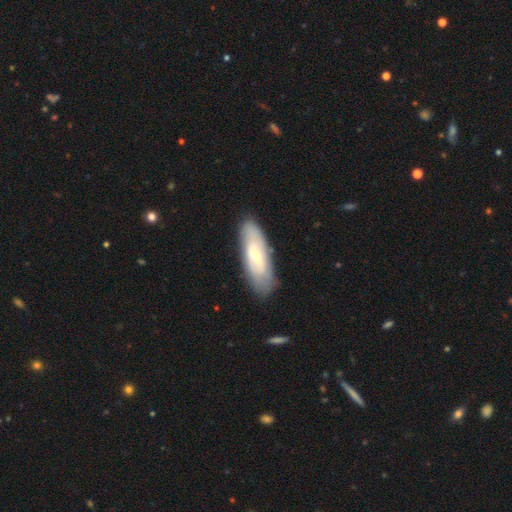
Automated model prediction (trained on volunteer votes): This is possibly a featured or disk galaxy (56%). It is likely not viewed edge-on (79%). Merging: clearly none (82%).